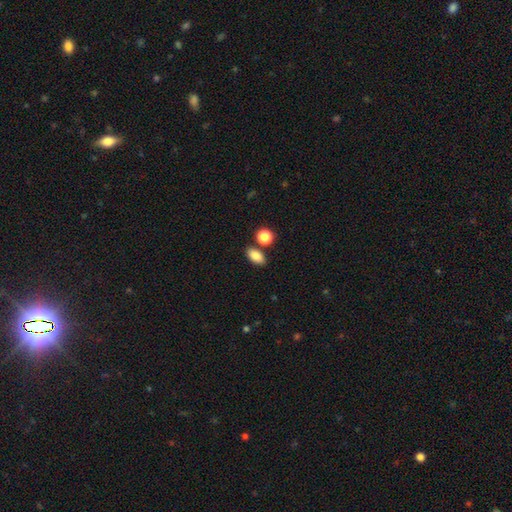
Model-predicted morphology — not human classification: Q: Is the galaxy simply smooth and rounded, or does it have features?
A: smooth — 85%.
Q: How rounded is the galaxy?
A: in between — 87%.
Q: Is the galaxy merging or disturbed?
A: none — 78%.